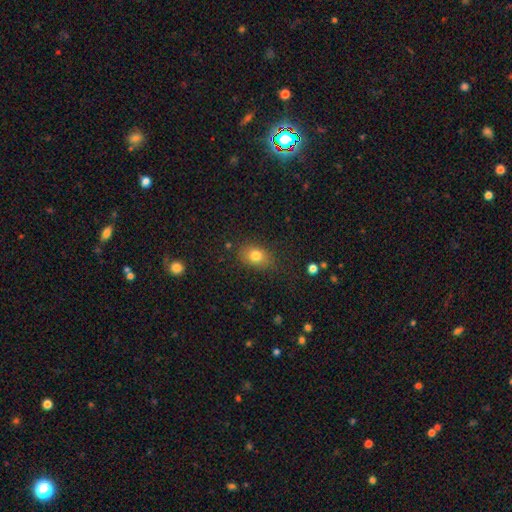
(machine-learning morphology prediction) Q: Smooth or featured?
A: smooth (79%); runner-up: star or artifact (11%)
Q: How rounded?
A: in between (71%); runner-up: round (28%)
Q: Merging?
A: none (80%); runner-up: minor disturbance (14%)